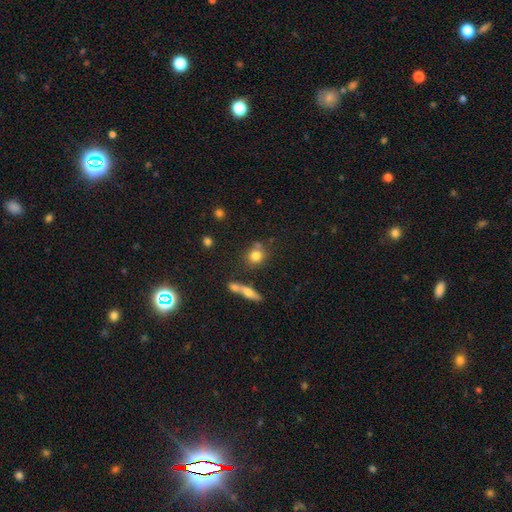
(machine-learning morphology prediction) smooth 77%, featured or disk 12%, star or artifact 11%. Down the decision tree: how rounded — round (79%); merging — none (65%).